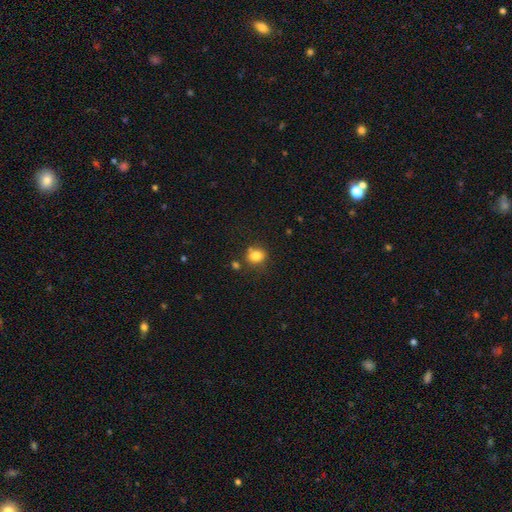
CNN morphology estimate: Smooth or featured?
  - smooth: 81% *
  - star or artifact: 12%
  - featured or disk: 7%
How rounded?
  - round: 73% *
  - in between: 26%
  - cigar-shaped: 1%
Merging?
  - none: 72% *
  - minor disturbance: 15%
  - merger: 9%
  - major disturbance: 4%